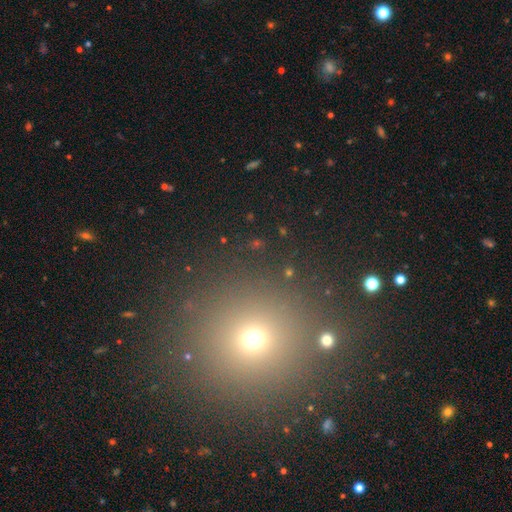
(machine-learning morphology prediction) Smooth or featured: smooth — 56% (star or artifact — 38%)
How rounded: round — 92% (in between — 7%)
Merging: none — 89% (minor disturbance — 5%)